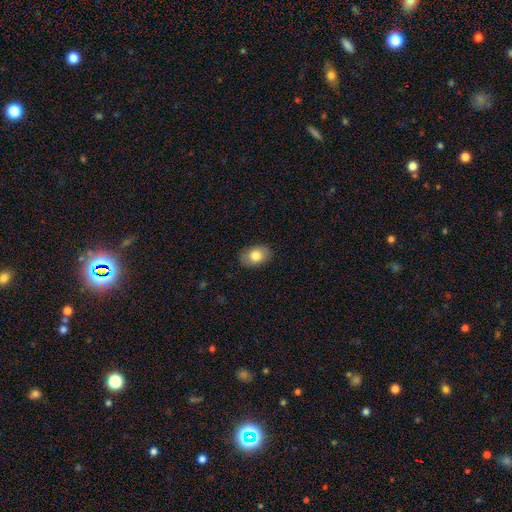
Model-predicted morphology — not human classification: Smooth or featured: smooth — 81% (featured or disk — 12%)
How rounded: in between — 85% (round — 14%)
Merging: none — 87% (minor disturbance — 10%)